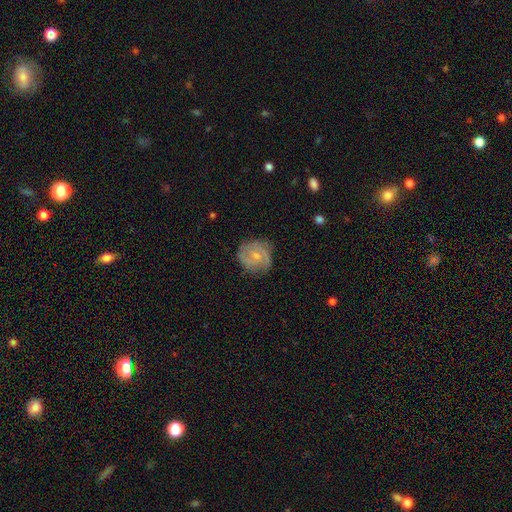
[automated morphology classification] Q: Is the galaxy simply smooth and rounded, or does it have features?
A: featured or disk — 64%.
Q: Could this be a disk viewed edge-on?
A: no — 98%.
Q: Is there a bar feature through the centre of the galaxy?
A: no — 52%.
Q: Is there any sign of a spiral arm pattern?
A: yes — 86%.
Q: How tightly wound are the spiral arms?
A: tight — 45%.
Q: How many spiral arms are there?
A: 2 — 52%.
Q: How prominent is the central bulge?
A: small — 58%.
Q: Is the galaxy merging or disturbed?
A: none — 73%.